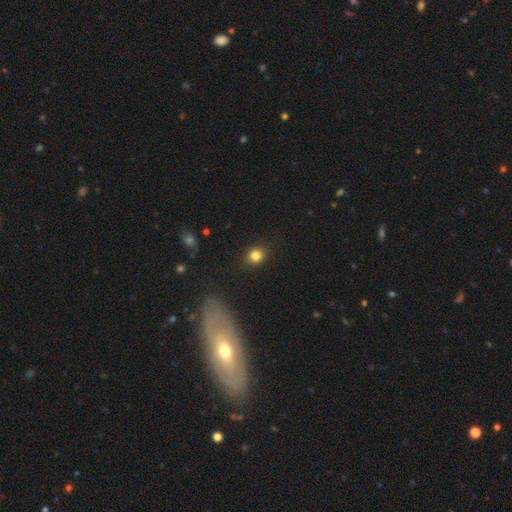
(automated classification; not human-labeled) The model was most divided on "how rounded": round: 82%, in between: 17%, cigar-shaped: 1%. More confident: merging — none (89%); smooth or featured — smooth (83%).